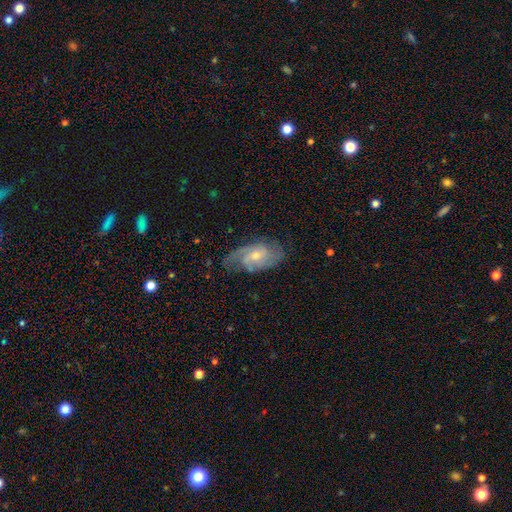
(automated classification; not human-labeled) A featured or disk galaxy (75%) with no bar (55%), 2 (52%) medium (45%) spiral arms (92%) and a small central bulge (51%). Merging: none (64%).